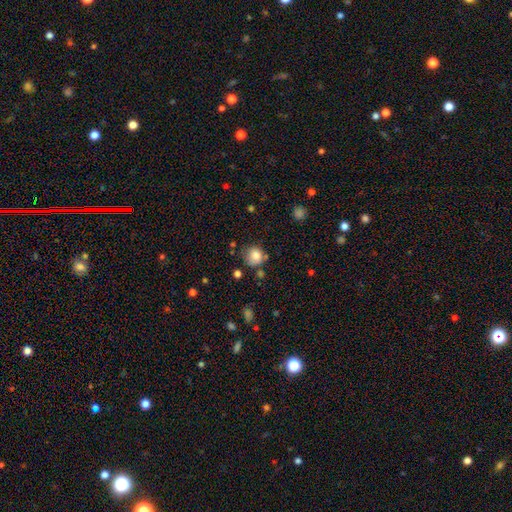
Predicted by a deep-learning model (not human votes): Overall: smooth (81%). How rounded: round (84%). Merging: none (64%).